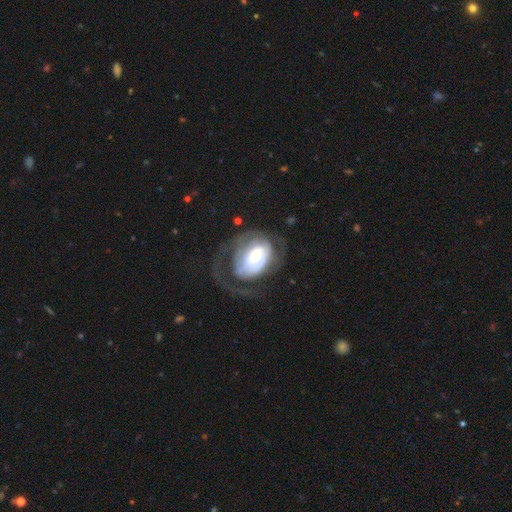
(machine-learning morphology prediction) A featured or disk galaxy (67%) with no bar (70%), spiral arms (68%) and a small central bulge (45%). Merging: major disturbance (48%).